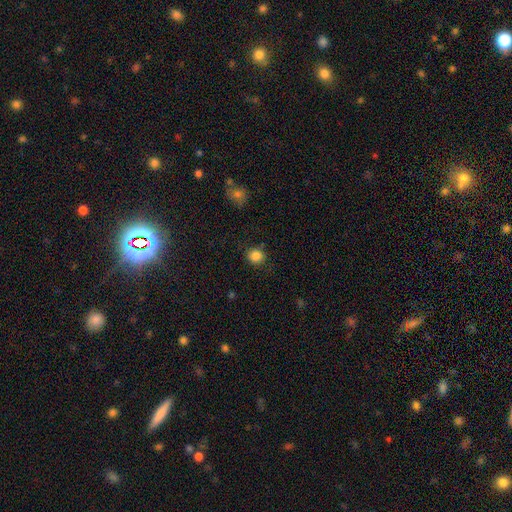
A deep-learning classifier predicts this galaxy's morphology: Smooth or featured?
  - smooth: 85% *
  - star or artifact: 11%
  - featured or disk: 4%
How rounded?
  - round: 84% *
  - in between: 15%
  - cigar-shaped: 1%
Merging?
  - none: 83% *
  - minor disturbance: 11%
  - major disturbance: 3%
  - merger: 2%